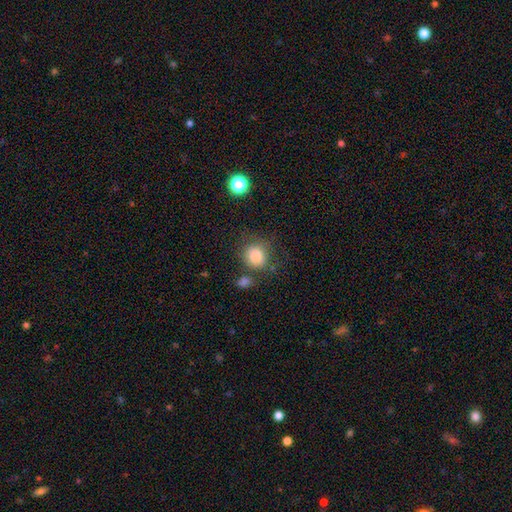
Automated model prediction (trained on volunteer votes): Q: Smooth or featured?
A: smooth (84%); runner-up: star or artifact (10%)
Q: How rounded?
A: round (78%); runner-up: in between (21%)
Q: Merging?
A: none (66%); runner-up: minor disturbance (17%)